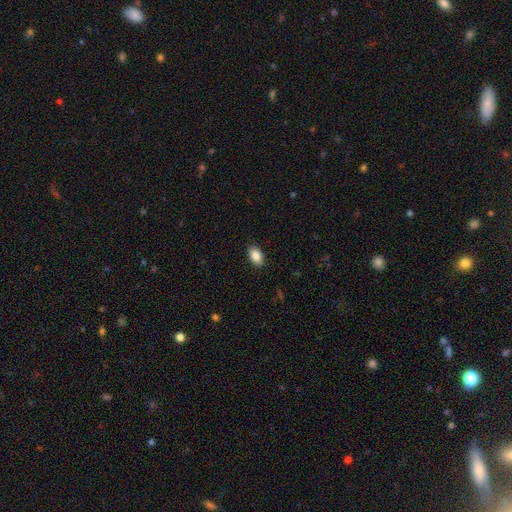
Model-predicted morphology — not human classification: Smooth or featured?
  - smooth: 87% *
  - star or artifact: 7%
  - featured or disk: 5%
How rounded?
  - in between: 91% *
  - round: 7%
  - cigar-shaped: 2%
Merging?
  - none: 88% *
  - minor disturbance: 9%
  - major disturbance: 2%
  - merger: 1%